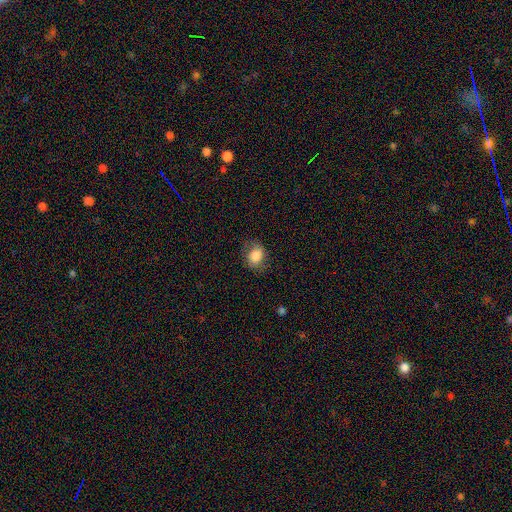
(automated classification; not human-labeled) Smooth or featured? Predicted: smooth (p=0.80). How rounded? Predicted: in between (p=0.56). Merging? Predicted: none (p=0.73).